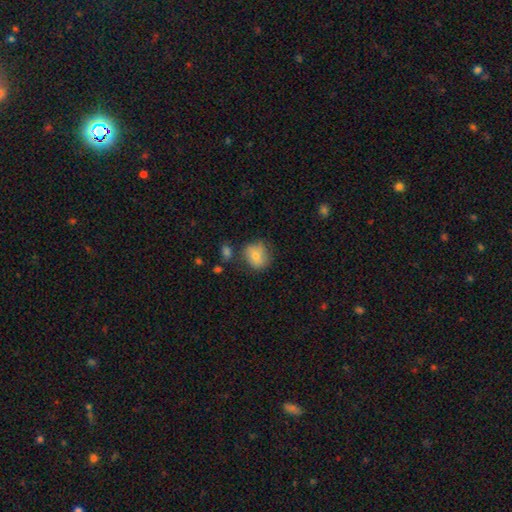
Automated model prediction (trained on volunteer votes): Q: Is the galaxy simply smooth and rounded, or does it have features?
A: smooth — 76%.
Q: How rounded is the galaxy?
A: round — 70%.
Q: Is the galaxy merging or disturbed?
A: none — 62%.